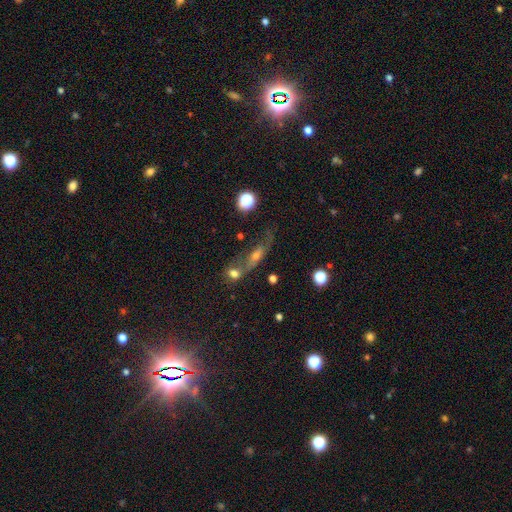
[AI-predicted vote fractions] smooth-or-featured: featured or disk: 44% | smooth: 35% | star or artifact: 21%
  merging: none: 38% | merger: 33% | minor disturbance: 15% | major disturbance: 14%